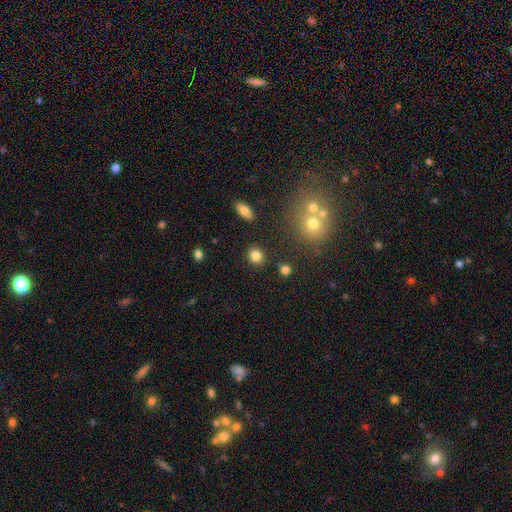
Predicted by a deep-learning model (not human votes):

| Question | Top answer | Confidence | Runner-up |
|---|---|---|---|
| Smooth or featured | smooth | 84% | star or artifact (11%) |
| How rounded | round | 79% | in between (20%) |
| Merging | none | 88% | minor disturbance (7%) |